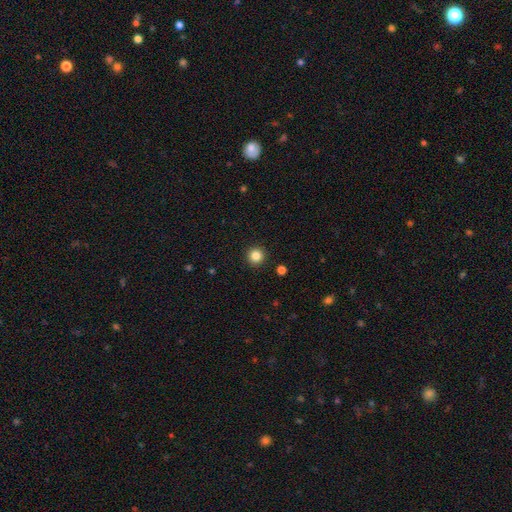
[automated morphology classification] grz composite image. It shows a smooth galaxy with no disk features (84%) that is round (96%). Merging: none (93%).